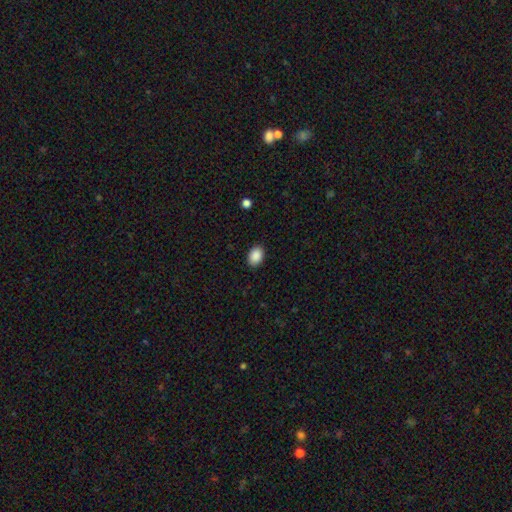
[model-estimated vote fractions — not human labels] This is clearly a smooth galaxy (89%). How rounded: likely in between (71%). Merging: clearly none (88%).